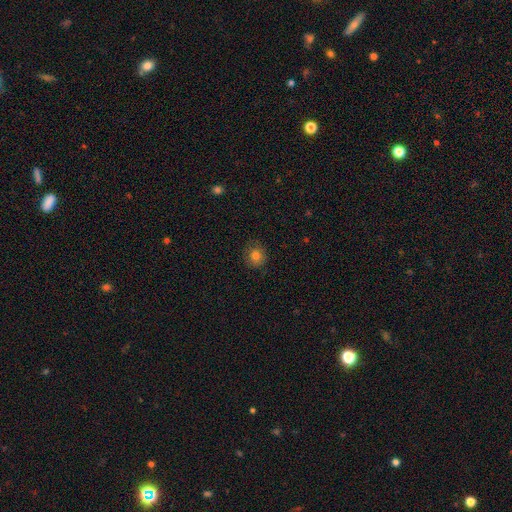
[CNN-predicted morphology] Smooth or featured?
  - smooth: 80% *
  - star or artifact: 12%
  - featured or disk: 8%
How rounded?
  - round: 83% *
  - in between: 16%
  - cigar-shaped: 1%
Merging?
  - none: 83% *
  - minor disturbance: 13%
  - major disturbance: 3%
  - merger: 1%